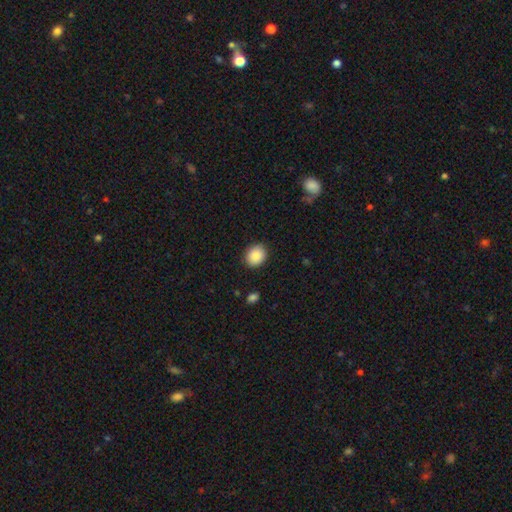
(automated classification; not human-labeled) This is clearly a smooth galaxy (89%). How rounded: likely round (62%). Merging: clearly none (87%).